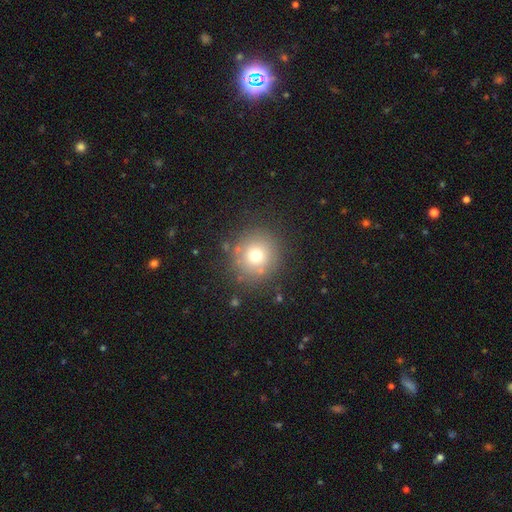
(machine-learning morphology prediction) Smooth or featured? Predicted: smooth (p=0.71). How rounded? Predicted: round (p=0.93). Merging? Predicted: none (p=0.82).